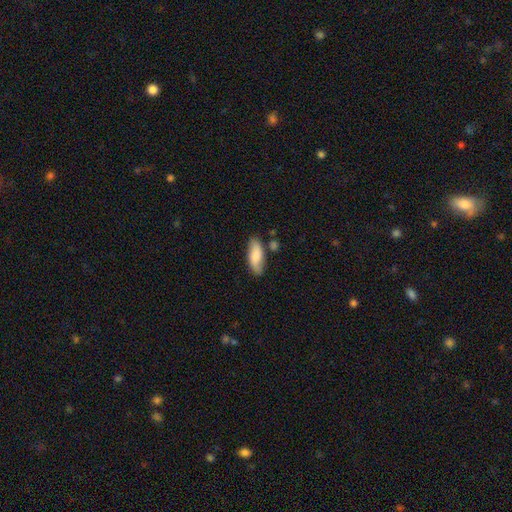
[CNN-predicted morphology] Smooth or featured: smooth — 71% (featured or disk — 22%)
How rounded: in between — 77% (cigar-shaped — 20%)
Merging: none — 72% (minor disturbance — 18%)